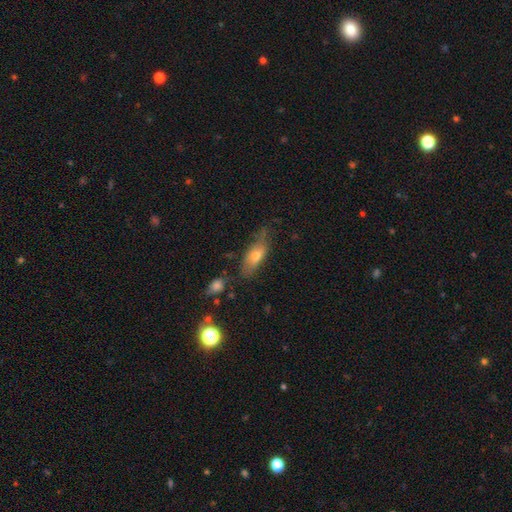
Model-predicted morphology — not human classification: A smooth galaxy with no disk features (62%) that is in between round and cigar-shaped (66%).

Vote fractions:
- Smooth or featured? smooth: 62% / featured or disk: 30% / star or artifact: 9%
- How rounded? in between: 66% / cigar-shaped: 30% / round: 4%
- Merging? none: 61% / minor disturbance: 26% / major disturbance: 8% / merger: 4%